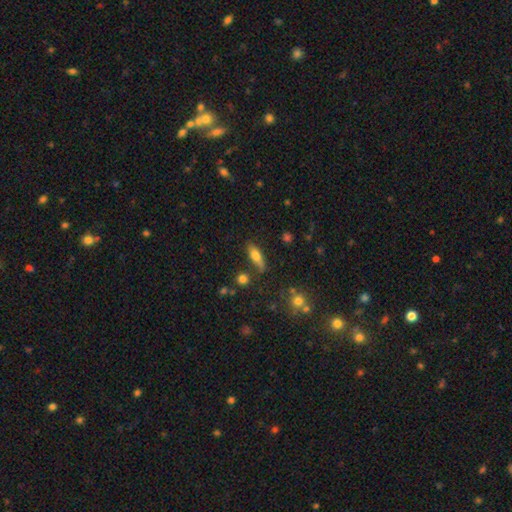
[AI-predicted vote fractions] Q: Smooth or featured?
A: smooth (66%); runner-up: featured or disk (26%)
Q: How rounded?
A: in between (56%); runner-up: cigar-shaped (40%)
Q: Merging?
A: none (74%); runner-up: minor disturbance (16%)